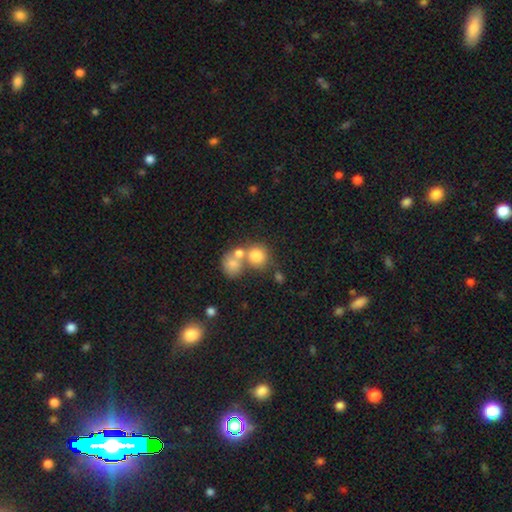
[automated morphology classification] Smooth or featured? smooth (76%)
How rounded? round (78%)
Merging? merger (45%)